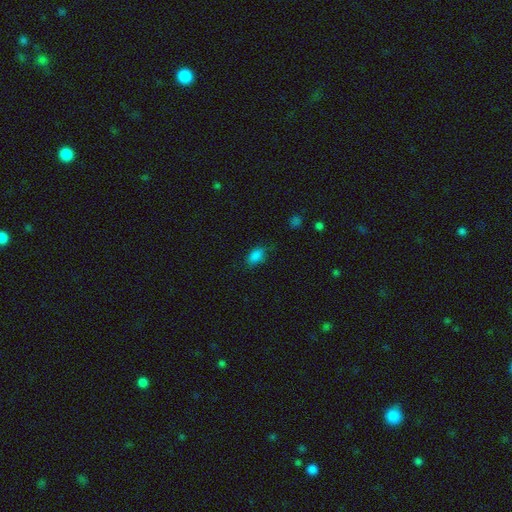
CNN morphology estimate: Overall: smooth (83%). How rounded: in between (87%). Merging: none (69%).